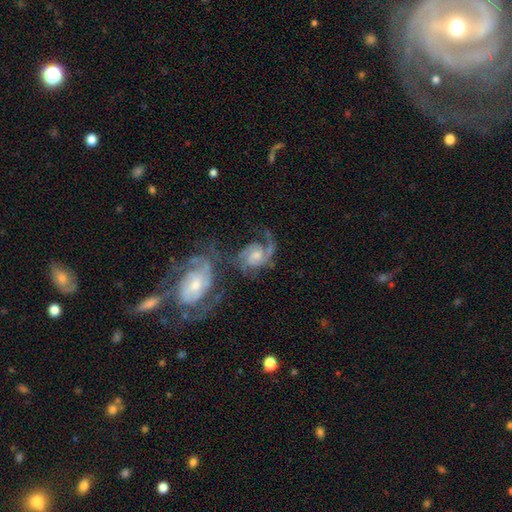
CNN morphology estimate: Q: Smooth or featured?
A: featured or disk (88%); runner-up: smooth (7%)
Q: Edge-on disk?
A: no (98%); runner-up: yes (2%)
Q: Bar?
A: no (58%); runner-up: weak (35%)
Q: Spiral arms?
A: yes (97%); runner-up: no (3%)
Q: Spiral winding?
A: medium (50%); runner-up: tight (31%)
Q: Spiral arm count?
A: 2 (66%); runner-up: 3 (11%)
Q: Bulge size?
A: moderate (48%); runner-up: small (35%)
Q: Merging?
A: none (35%); runner-up: merger (31%)